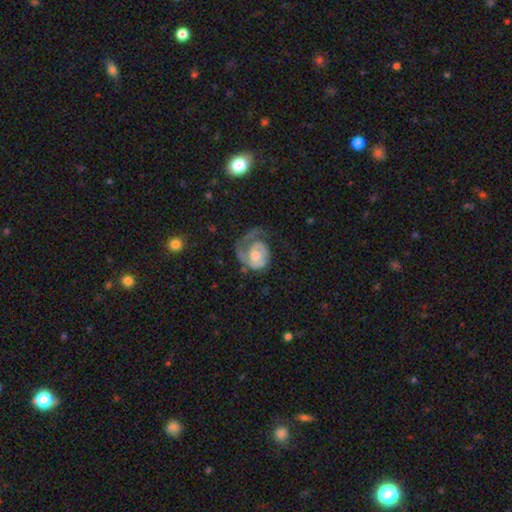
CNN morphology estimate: A featured or disk galaxy (77%) with no bar (73%), 1 (60%) tight (50%) spiral arms (89%) and a moderate central bulge (58%).

Vote fractions:
- Smooth or featured? featured or disk: 77% / smooth: 18% / star or artifact: 6%
- Edge-on disk? no: 98% / yes: 2%
- Bar? no: 73% / weak: 22% / strong: 5%
- Spiral arms? yes: 89% / no: 11%
- Spiral winding? tight: 50% / medium: 33% / loose: 16%
- Spiral arm count? 1: 60% / 2: 25% / can't tell: 9% / 3: 3% / 4: 1% / more than 4: 1%
- Bulge size? moderate: 58% / small: 24% / large: 13% / none: 4% / dominant: 2%
- Merging? none: 41% / major disturbance: 34% / minor disturbance: 22% / merger: 3%